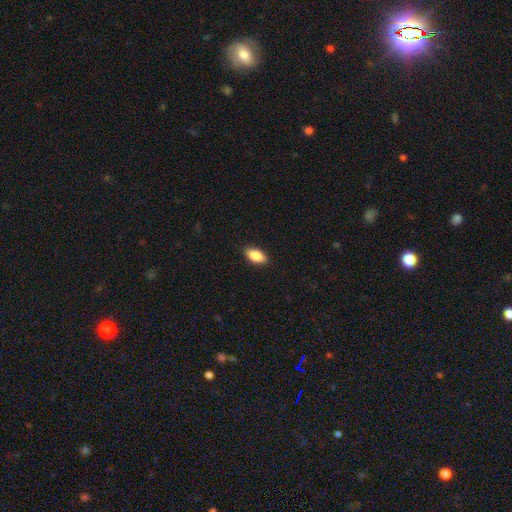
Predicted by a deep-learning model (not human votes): A smooth galaxy with no disk features (85%) that is in between round and cigar-shaped (90%). Merging: none (88%).